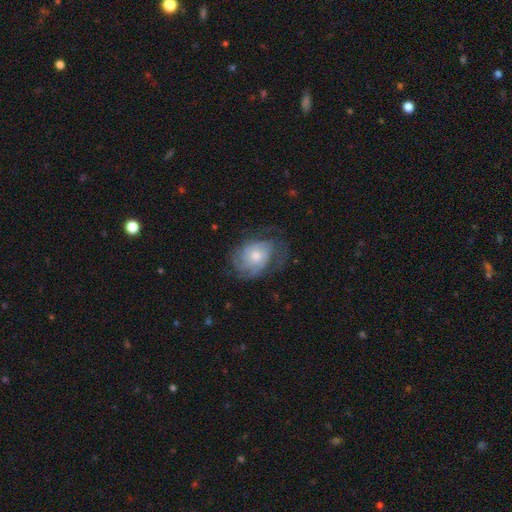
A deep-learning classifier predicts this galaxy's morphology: smooth_or_featured: featured or disk (p=0.70) [alt: smooth p=0.23]
disk_edge_on: no (p=0.97) [alt: yes p=0.03]
bar: no (p=0.76) [alt: weak p=0.21]
has_spiral_arms: yes (p=0.90) [alt: no p=0.10]
spiral_winding: tight (p=0.53) [alt: medium p=0.34]
spiral_arm_count: can't tell (p=0.43) [alt: 3 p=0.19]
bulge_size: moderate (p=0.57) [alt: small p=0.30]
merging: none (p=0.58) [alt: minor disturbance p=0.23]